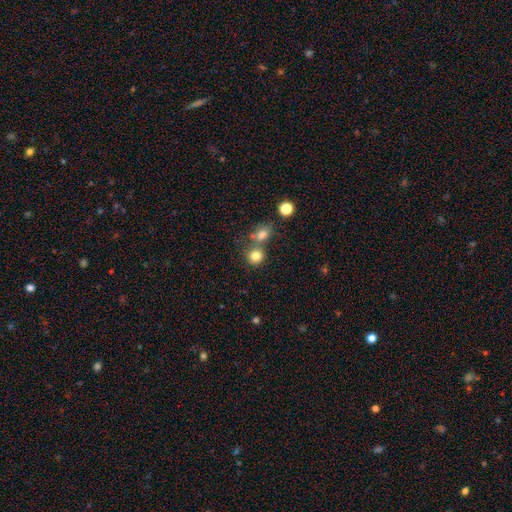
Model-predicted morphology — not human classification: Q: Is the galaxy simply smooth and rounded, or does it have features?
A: smooth — 80%.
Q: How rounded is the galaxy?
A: round — 84%.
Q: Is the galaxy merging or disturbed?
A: none — 58%.